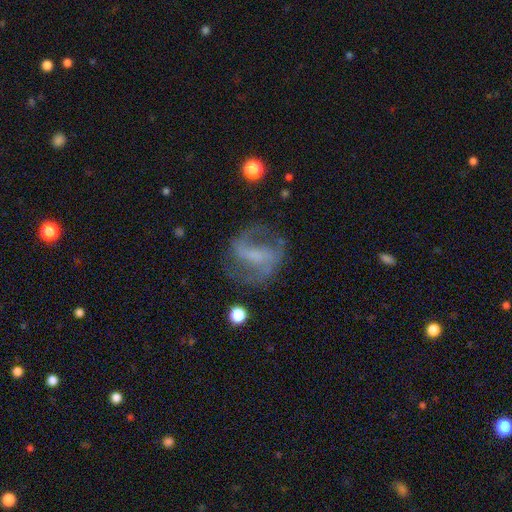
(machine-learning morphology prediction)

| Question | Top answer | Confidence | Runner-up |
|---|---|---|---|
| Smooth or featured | featured or disk | 78% | smooth (14%) |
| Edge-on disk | no | 97% | yes (3%) |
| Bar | weak | 41% | strong (38%) |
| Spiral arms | yes | 89% | no (11%) |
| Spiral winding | medium | 49% | loose (33%) |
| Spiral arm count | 2 | 82% | can't tell (8%) |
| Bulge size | none | 42% | small (35%) |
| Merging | none | 65% | minor disturbance (17%) |